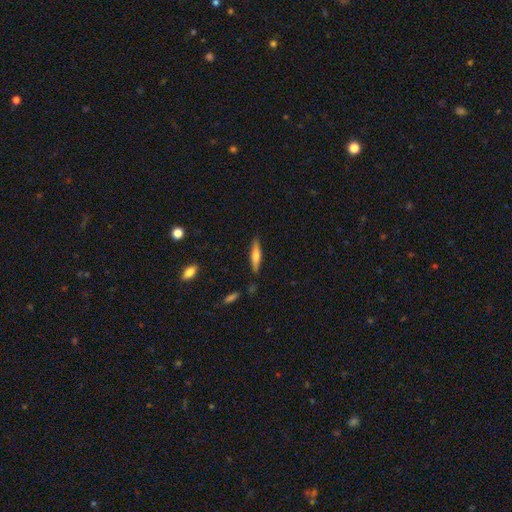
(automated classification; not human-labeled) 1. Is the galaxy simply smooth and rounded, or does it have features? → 56% smooth, 37% featured or disk, 6% star or artifact.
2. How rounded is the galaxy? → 82% cigar-shaped, 17% in between, 2% round.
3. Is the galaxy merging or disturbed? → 85% none, 11% minor disturbance, 2% major disturbance, 2% merger.